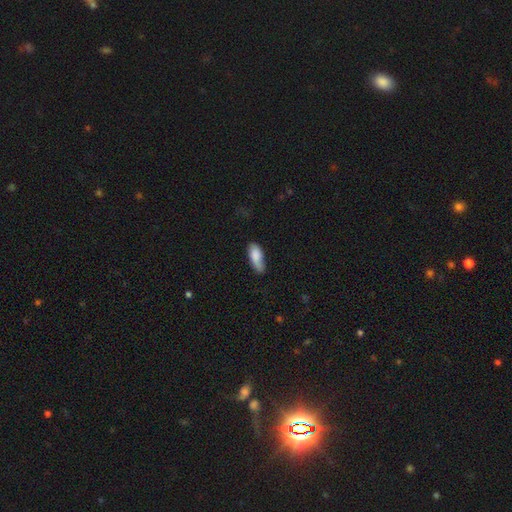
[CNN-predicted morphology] smooth-or-featured: smooth: 82% | featured or disk: 12% | star or artifact: 6%
  how-rounded: in between: 75% | cigar-shaped: 23% | round: 2%
  merging: none: 58% | minor disturbance: 31% | major disturbance: 8% | merger: 3%